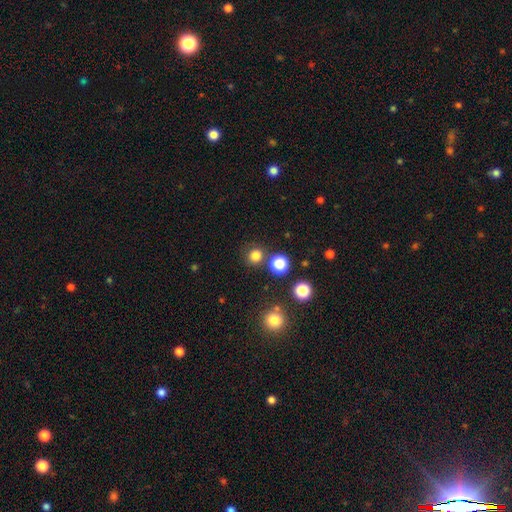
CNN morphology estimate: Smooth or featured? smooth (80%)
How rounded? round (89%)
Merging? none (80%)